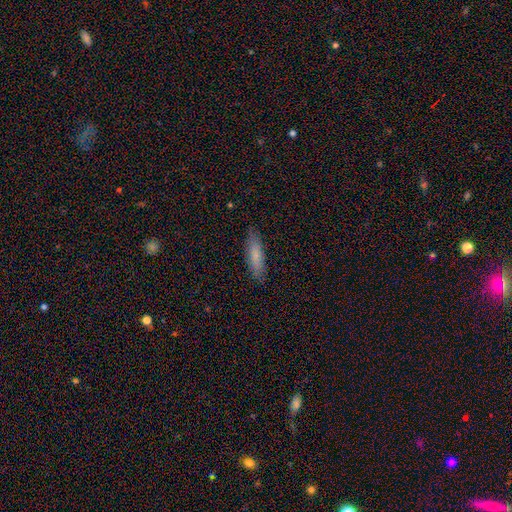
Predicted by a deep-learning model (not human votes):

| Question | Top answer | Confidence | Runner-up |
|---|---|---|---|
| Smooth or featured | smooth | 75% | featured or disk (18%) |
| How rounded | cigar-shaped | 67% | in between (31%) |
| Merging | none | 85% | minor disturbance (11%) |